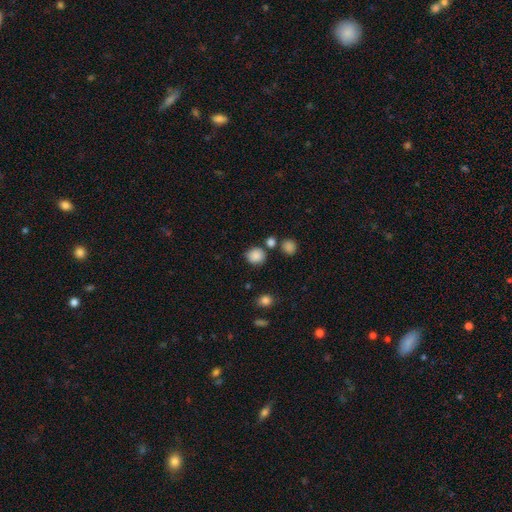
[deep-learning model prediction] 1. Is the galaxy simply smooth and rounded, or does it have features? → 85% smooth, 10% star or artifact, 4% featured or disk.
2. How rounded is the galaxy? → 79% round, 20% in between, 1% cigar-shaped.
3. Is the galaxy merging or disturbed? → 73% none, 13% minor disturbance, 10% merger, 4% major disturbance.